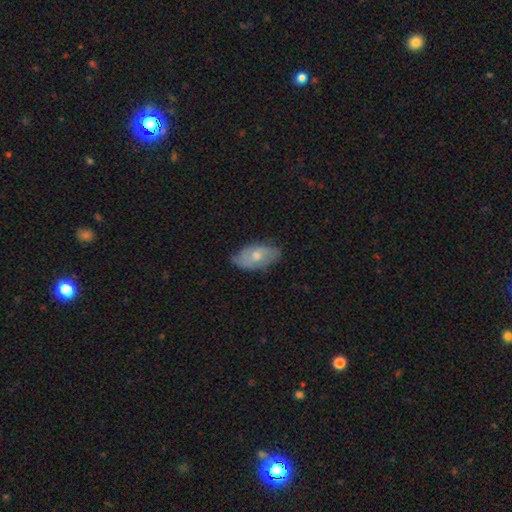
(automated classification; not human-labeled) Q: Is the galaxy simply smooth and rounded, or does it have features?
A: smooth — 55%.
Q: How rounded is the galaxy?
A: in between — 92%.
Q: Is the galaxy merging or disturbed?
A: none — 66%.